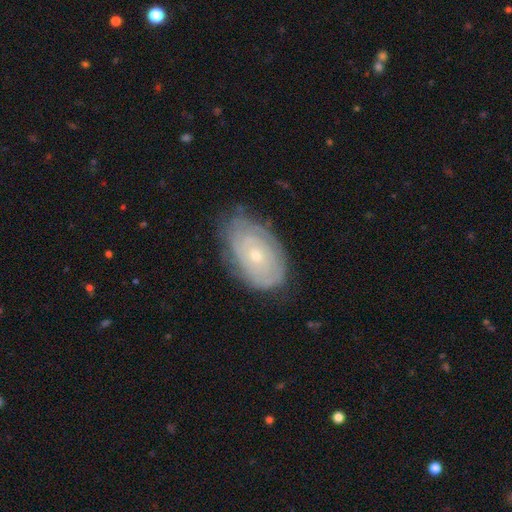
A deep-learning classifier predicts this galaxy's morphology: Smooth or featured: featured or disk — 74% (smooth — 20%)
Edge-on disk: no — 95% (yes — 5%)
Bar: no — 81% (weak — 16%)
Spiral arms: yes — 84% (no — 16%)
Spiral winding: tight — 80% (medium — 15%)
Spiral arm count: can't tell — 58% (2 — 17%)
Bulge size: small — 64% (moderate — 33%)
Merging: none — 71% (minor disturbance — 22%)